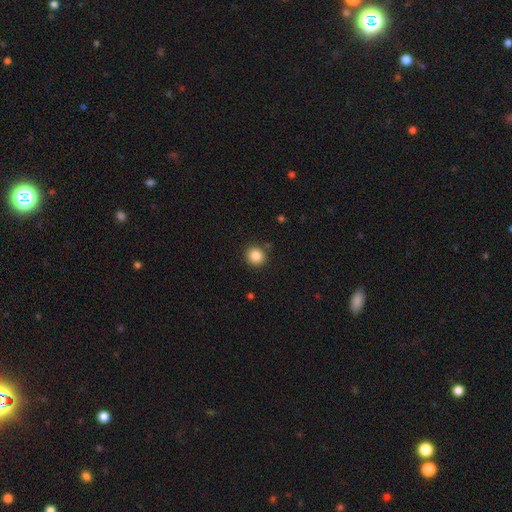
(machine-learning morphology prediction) Smooth or featured: smooth — 86% (star or artifact — 10%)
How rounded: round — 87% (in between — 12%)
Merging: none — 89% (minor disturbance — 7%)